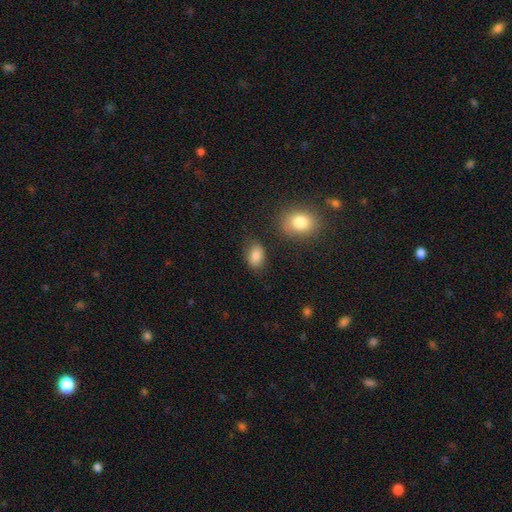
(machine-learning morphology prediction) Smooth or featured?
  - smooth: 84% *
  - star or artifact: 9%
  - featured or disk: 7%
How rounded?
  - in between: 84% *
  - round: 15%
  - cigar-shaped: 2%
Merging?
  - none: 76% *
  - minor disturbance: 15%
  - merger: 4%
  - major disturbance: 4%